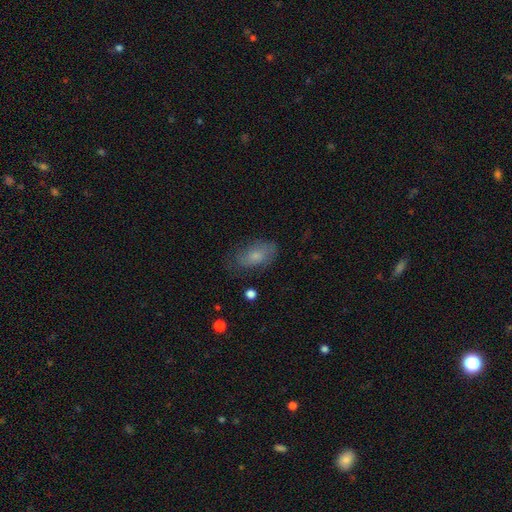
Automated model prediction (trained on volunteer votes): Smooth or featured?
  - smooth: 61% *
  - featured or disk: 30%
  - star or artifact: 9%
How rounded?
  - in between: 90% *
  - round: 7%
  - cigar-shaped: 4%
Merging?
  - none: 66% *
  - minor disturbance: 23%
  - major disturbance: 9%
  - merger: 2%